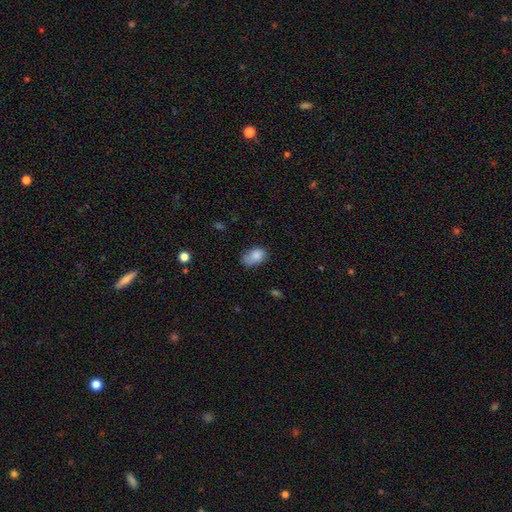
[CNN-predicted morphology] Smooth or featured? Predicted: smooth (p=0.83). How rounded? Predicted: in between (p=0.87). Merging? Predicted: none (p=0.52).